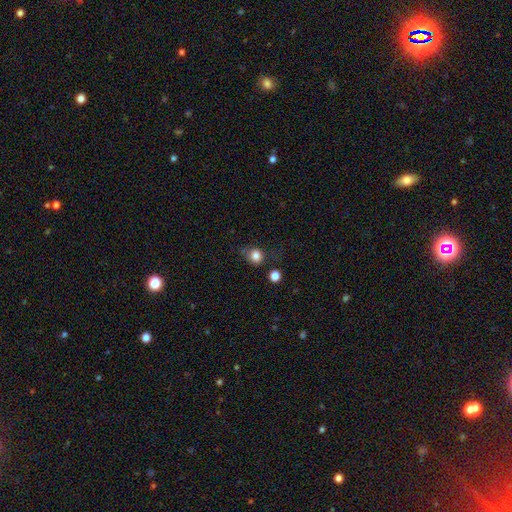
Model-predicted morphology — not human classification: A smooth galaxy with no disk features (82%) that is round (78%). Merging: none (63%).